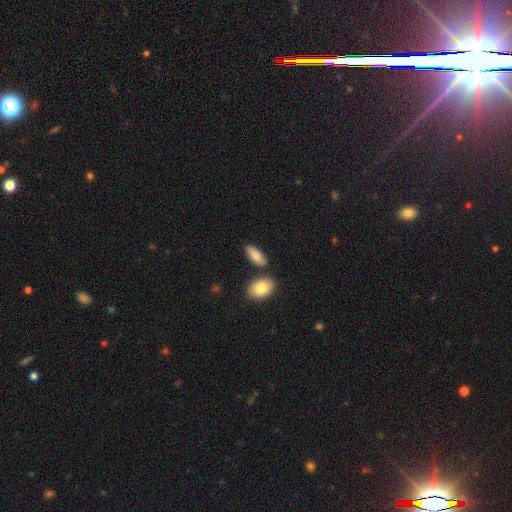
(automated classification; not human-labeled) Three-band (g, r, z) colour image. It shows a smooth galaxy with no disk features (80%) that is in between round and cigar-shaped (84%). Merging: none (75%).